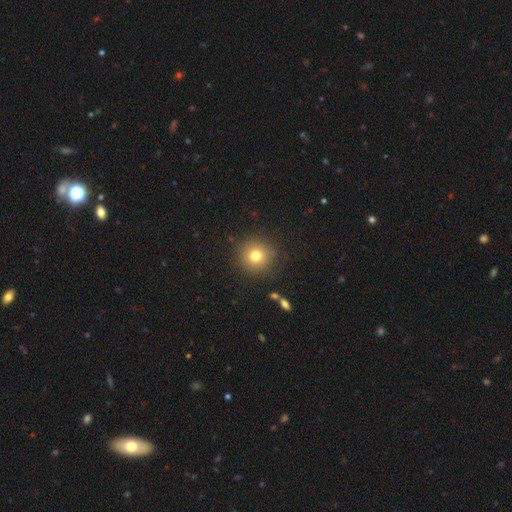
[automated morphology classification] smooth 77%, star or artifact 13%, featured or disk 10%. Down the decision tree: how rounded — round (94%); merging — none (88%).